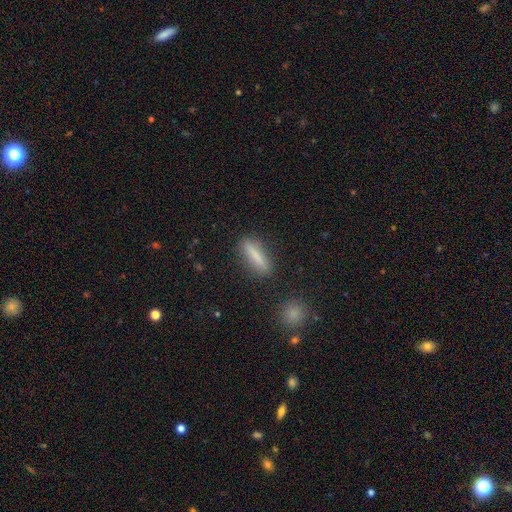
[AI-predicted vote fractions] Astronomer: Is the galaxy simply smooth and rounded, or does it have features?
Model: smooth — 75%.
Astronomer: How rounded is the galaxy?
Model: cigar-shaped — 77%.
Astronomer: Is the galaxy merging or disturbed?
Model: none — 85%.